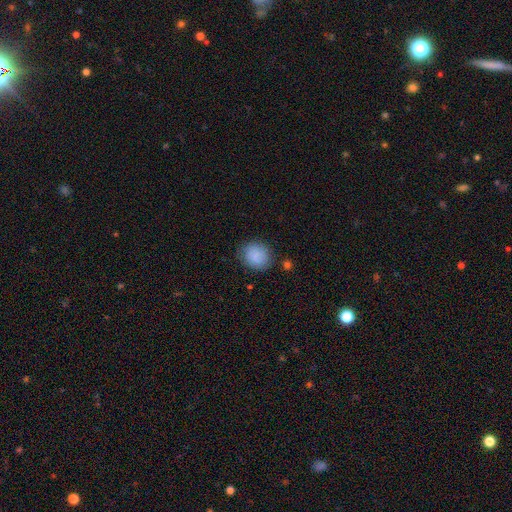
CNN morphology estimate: Smooth or featured: smooth — 85% (featured or disk — 8%)
How rounded: round — 75% (in between — 24%)
Merging: none — 80% (minor disturbance — 14%)